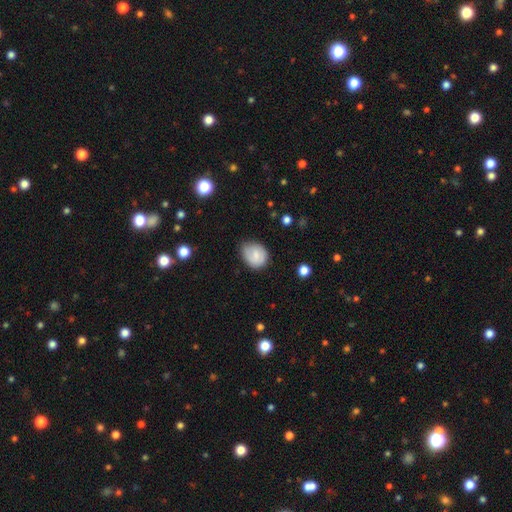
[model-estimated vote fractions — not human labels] Smooth or featured? Predicted: smooth (p=0.77). How rounded? Predicted: round (p=0.57). Merging? Predicted: none (p=0.59).